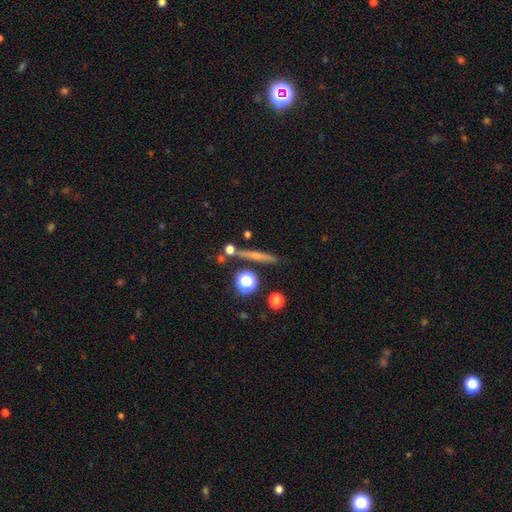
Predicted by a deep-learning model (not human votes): This appears to be a smooth galaxy with no disk features (43%). Merging: none (79%).